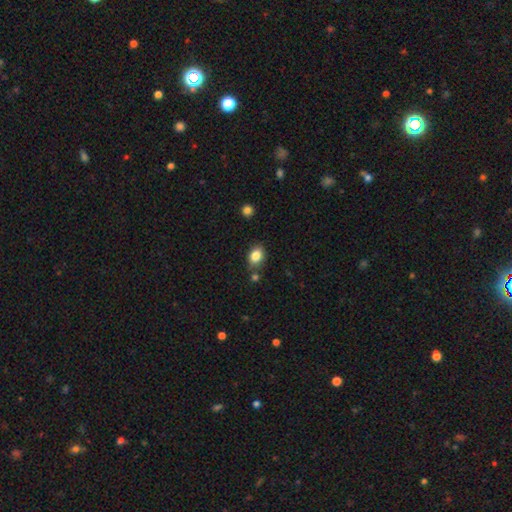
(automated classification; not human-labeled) A smooth galaxy with no disk features (85%) that is in between round and cigar-shaped (73%).

Vote fractions:
- Smooth or featured? smooth: 85% / star or artifact: 9% / featured or disk: 6%
- How rounded? in between: 73% / round: 26% / cigar-shaped: 1%
- Merging? none: 74% / minor disturbance: 15% / merger: 8% / major disturbance: 3%